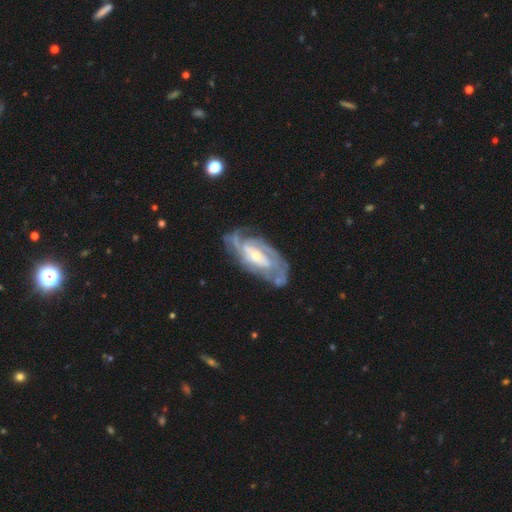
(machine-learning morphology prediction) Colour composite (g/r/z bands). It shows a featured or disk galaxy (86%) with no bar (42%), tight (59%) spiral arms (94%) and a small central bulge (56%). Merging: none (66%).